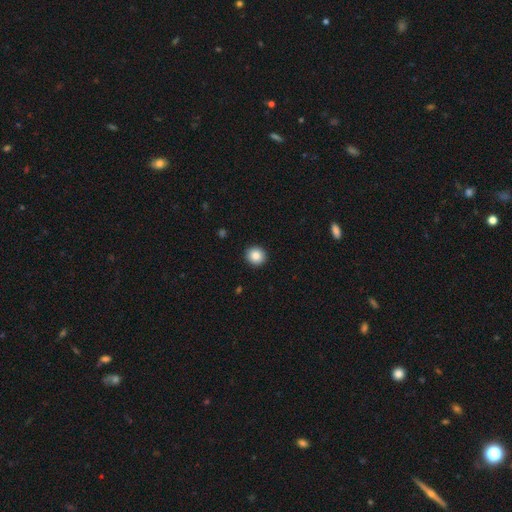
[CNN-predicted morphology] A smooth galaxy with no disk features (87%) that is round (90%).

Vote fractions:
- Smooth or featured? smooth: 87% / star or artifact: 9% / featured or disk: 4%
- How rounded? round: 90% / in between: 10% / cigar-shaped: 1%
- Merging? none: 92% / minor disturbance: 5% / major disturbance: 2% / merger: 1%